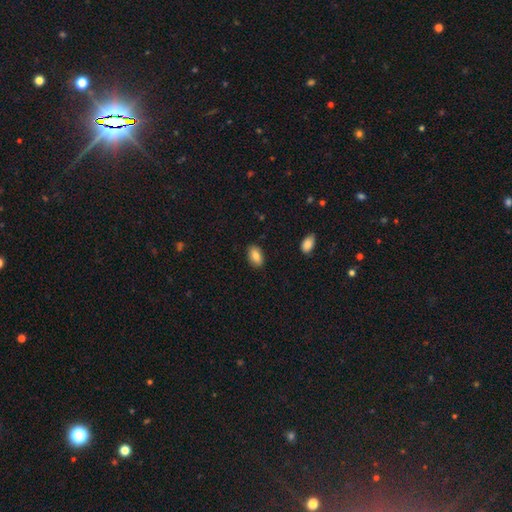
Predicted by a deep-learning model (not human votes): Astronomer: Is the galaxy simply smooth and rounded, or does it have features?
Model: smooth — 82%.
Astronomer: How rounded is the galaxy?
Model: in between — 91%.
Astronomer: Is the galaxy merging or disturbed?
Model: none — 86%.